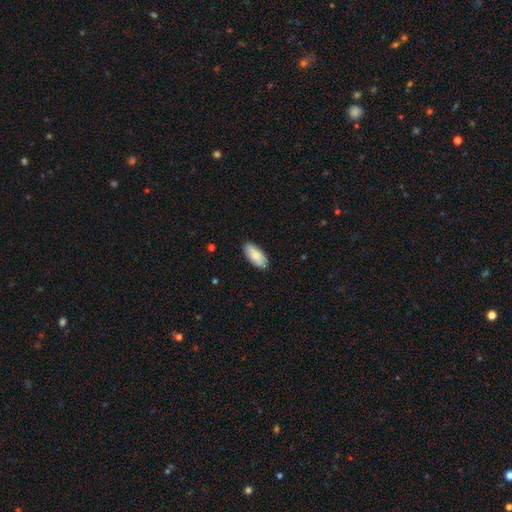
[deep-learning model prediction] Smooth or featured: smooth — 85% (featured or disk — 9%)
How rounded: in between — 90% (cigar-shaped — 8%)
Merging: none — 88% (minor disturbance — 9%)